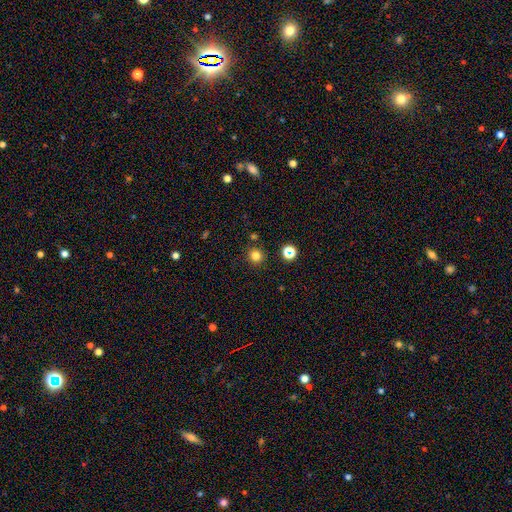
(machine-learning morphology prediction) A smooth galaxy with no disk features (79%) that is round (93%). Merging: none (87%).